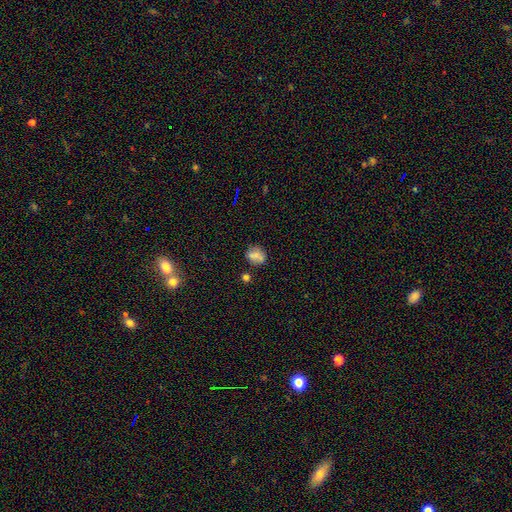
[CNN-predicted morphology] A smooth galaxy with no disk features (73%) that is round (60%).

Vote fractions:
- Smooth or featured? smooth: 73% / featured or disk: 14% / star or artifact: 14%
- How rounded? round: 60% / in between: 39% / cigar-shaped: 2%
- Merging? none: 65% / minor disturbance: 17% / merger: 14% / major disturbance: 5%